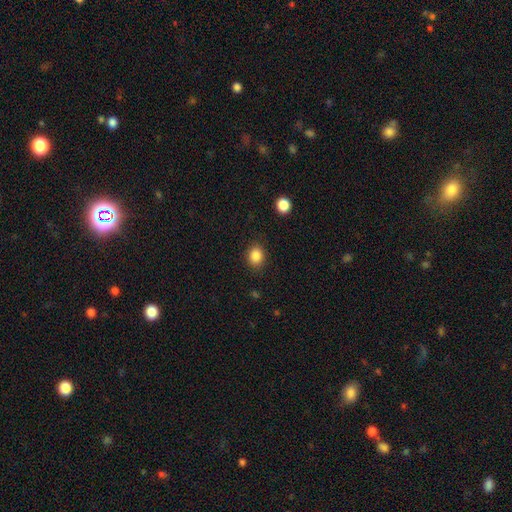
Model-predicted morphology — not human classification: The model was most divided on "how rounded": round: 57%, in between: 42%, cigar-shaped: 1%. More confident: merging — none (87%); smooth or featured — smooth (86%).